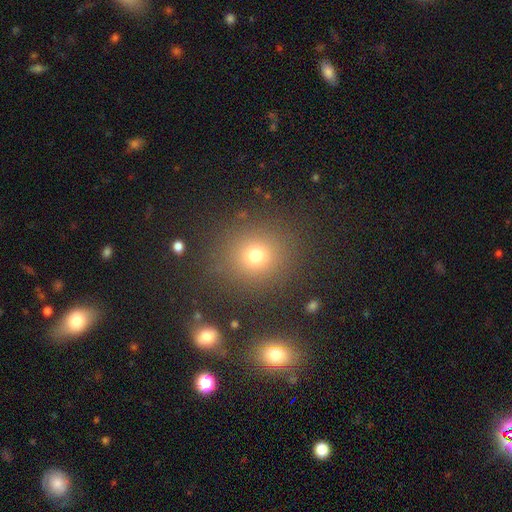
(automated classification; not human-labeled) This appears to be a smooth galaxy with no disk features (73%) that is round (87%). Merging: none (85%).